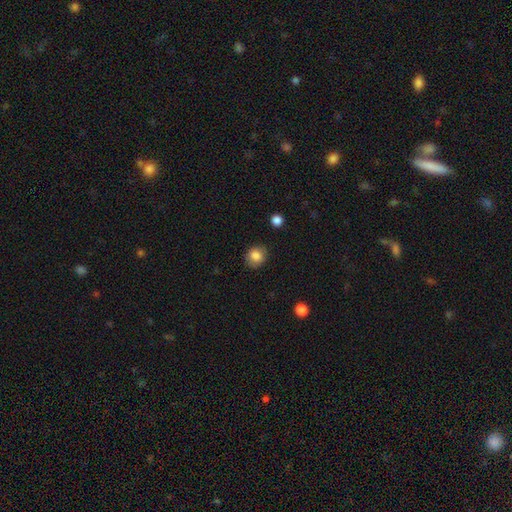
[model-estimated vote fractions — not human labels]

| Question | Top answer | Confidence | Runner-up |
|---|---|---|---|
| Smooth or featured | smooth | 84% | star or artifact (9%) |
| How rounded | round | 76% | in between (24%) |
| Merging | none | 85% | minor disturbance (11%) |